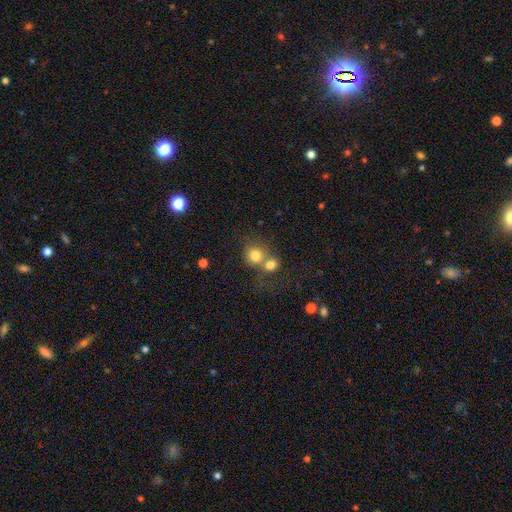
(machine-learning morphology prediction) This is likely a smooth galaxy (77%). How rounded: clearly round (82%). Merging: possibly merger (55%).